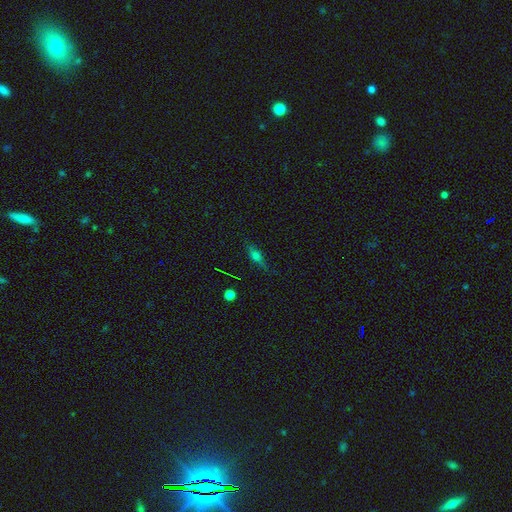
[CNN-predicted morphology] A smooth galaxy with no disk features (42%). Merging: none (77%).